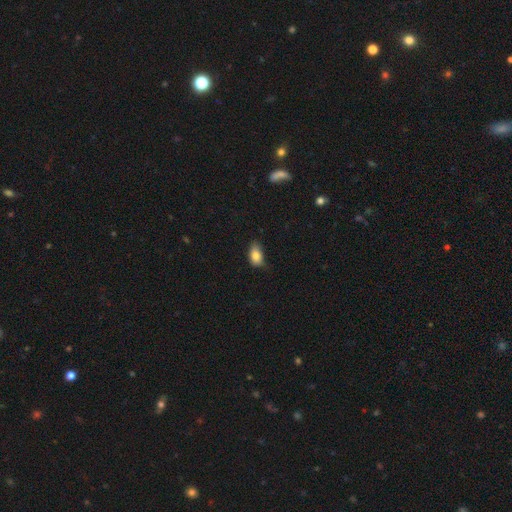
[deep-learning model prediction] This appears to be a smooth galaxy with no disk features (84%) that is in between round and cigar-shaped (88%). Merging: none (56%).